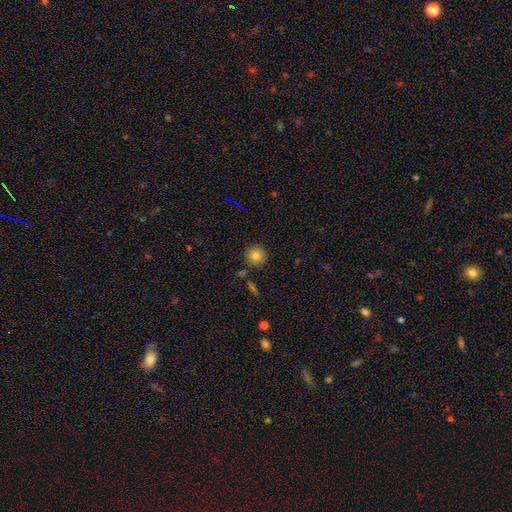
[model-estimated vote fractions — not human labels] smooth_or_featured: smooth (p=0.80) [alt: star or artifact p=0.12]
how_rounded: round (p=0.94) [alt: in between p=0.05]
merging: none (p=0.86) [alt: minor disturbance p=0.08]